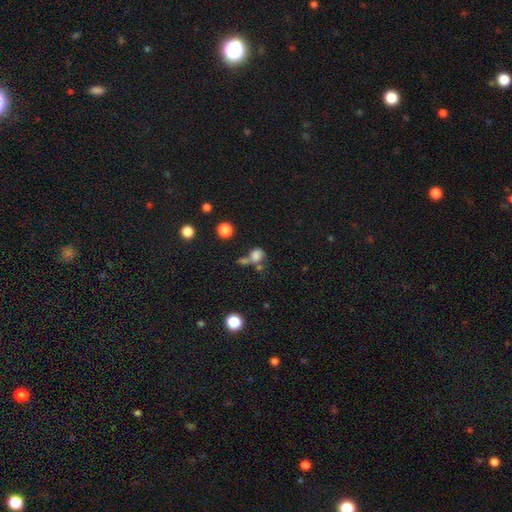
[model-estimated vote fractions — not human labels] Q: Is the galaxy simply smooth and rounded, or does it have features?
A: smooth — 75%.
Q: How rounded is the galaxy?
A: round — 62%.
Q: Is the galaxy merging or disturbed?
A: merger — 41%.